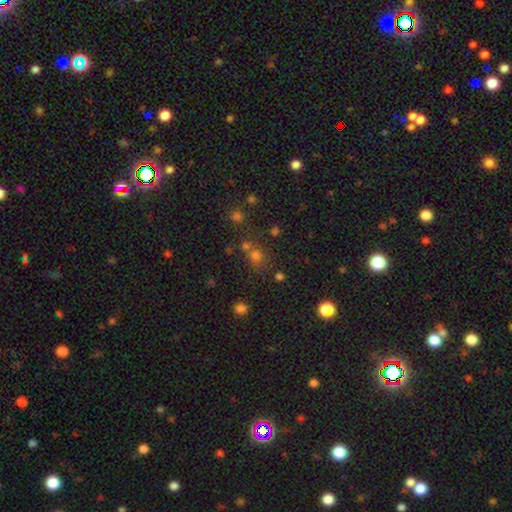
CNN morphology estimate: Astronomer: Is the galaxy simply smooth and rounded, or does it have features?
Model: smooth — 61%.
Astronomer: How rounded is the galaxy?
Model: round — 78%.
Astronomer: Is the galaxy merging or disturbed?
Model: none — 59%.